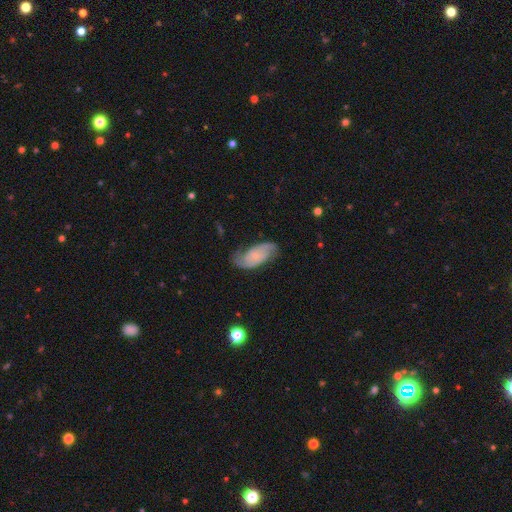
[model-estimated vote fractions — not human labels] Smooth or featured? Predicted: featured or disk (p=0.76). Edge-on disk? Predicted: no (p=0.95). Bar? Predicted: no (p=0.65). Spiral arms? Predicted: yes (p=0.95). Spiral winding? Predicted: medium (p=0.45). Spiral arm count? Predicted: 2 (p=0.85). Bulge size? Predicted: small (p=0.70). Merging? Predicted: none (p=0.72).